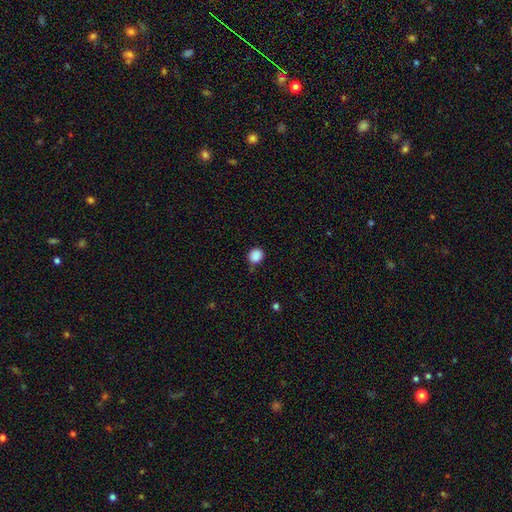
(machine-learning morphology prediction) This appears to be a smooth galaxy with no disk features (88%) that is round (77%). Merging: none (79%).